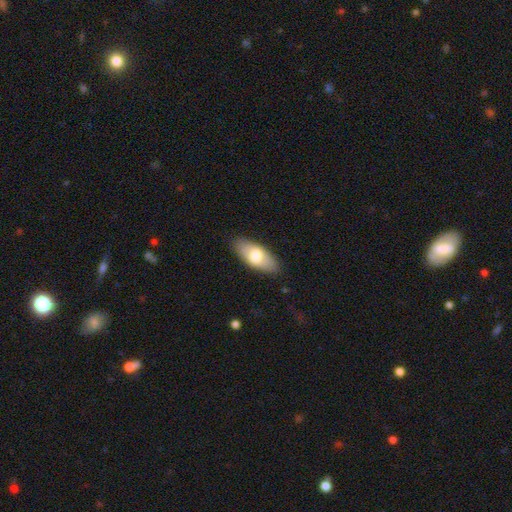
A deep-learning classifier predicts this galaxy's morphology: This is likely a smooth galaxy (70%). How rounded: clearly in between (85%). Merging: clearly none (86%).